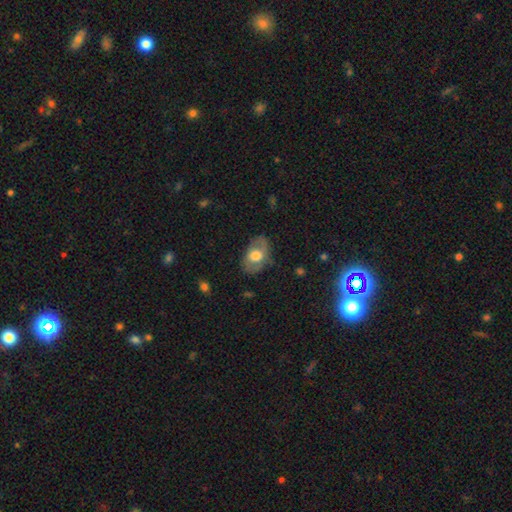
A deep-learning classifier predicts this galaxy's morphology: A featured or disk galaxy (47%). Merging: none (71%).